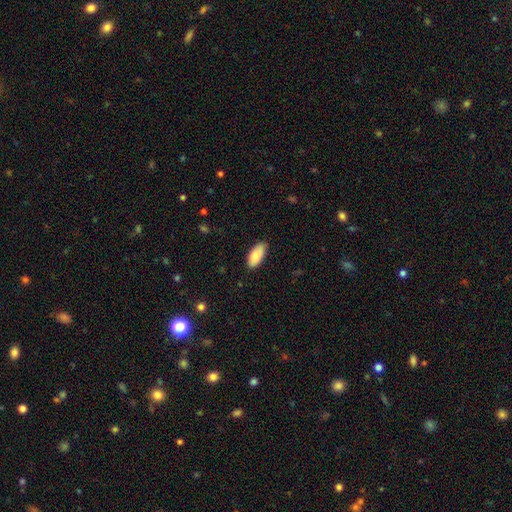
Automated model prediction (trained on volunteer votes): Overall: smooth (82%). How rounded: in between (88%). Merging: none (86%).